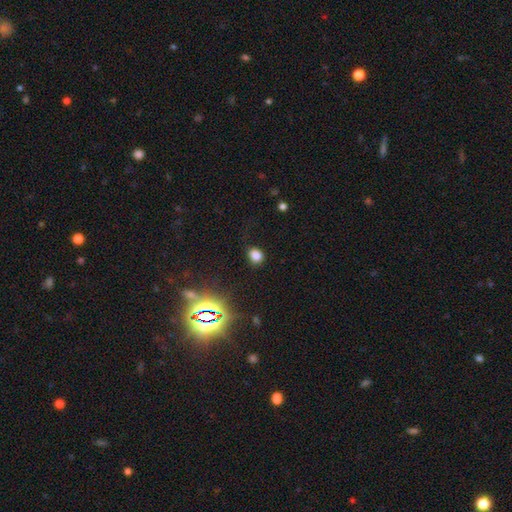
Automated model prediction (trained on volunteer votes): This appears to be a smooth galaxy with no disk features (76%) that is round (53%). Merging: none (81%).